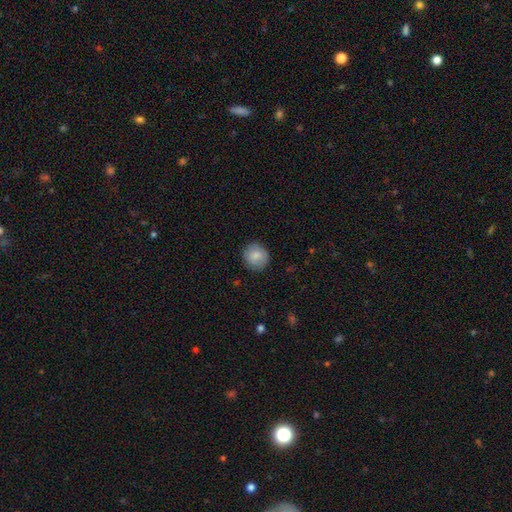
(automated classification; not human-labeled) Smooth or featured: smooth — 83% (featured or disk — 10%)
How rounded: round — 92% (in between — 7%)
Merging: none — 88% (minor disturbance — 9%)